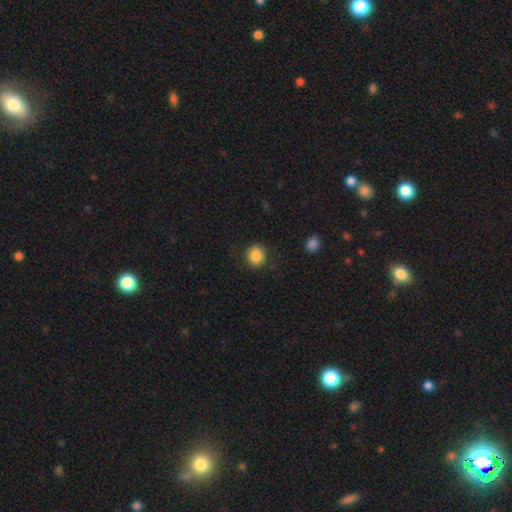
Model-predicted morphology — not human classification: A smooth galaxy with no disk features (86%) that is round (83%).

Vote fractions:
- Smooth or featured? smooth: 86% / star or artifact: 9% / featured or disk: 5%
- How rounded? round: 83% / in between: 16% / cigar-shaped: 1%
- Merging? none: 87% / minor disturbance: 8% / major disturbance: 3% / merger: 1%